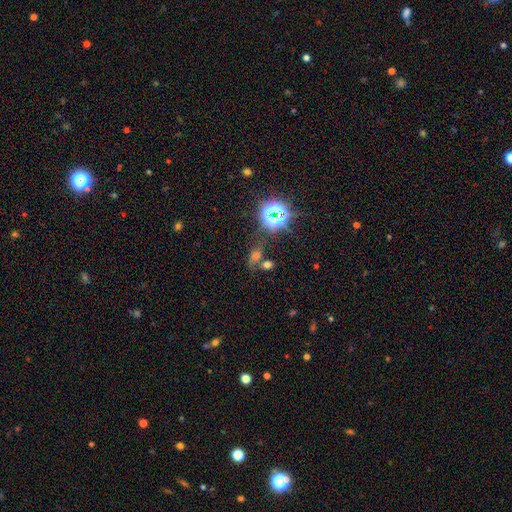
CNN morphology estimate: smooth_or_featured: star or artifact (p=0.54) [alt: smooth p=0.30]